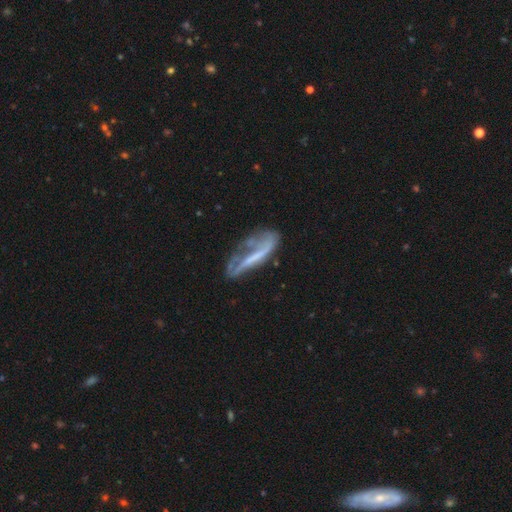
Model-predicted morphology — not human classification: smooth-or-featured: featured or disk: 62% | smooth: 29% | star or artifact: 9%
  disk-edge-on: no: 70% | yes: 30%
  merging: none: 38% | major disturbance: 30% | minor disturbance: 26% | merger: 7%